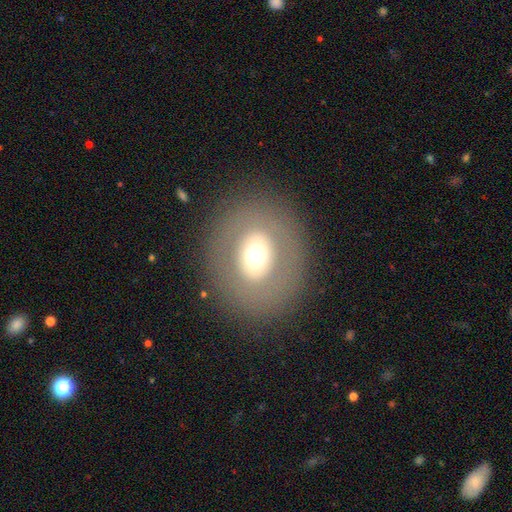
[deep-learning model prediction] Overall: smooth (57%; featured or disk 31%). How rounded: round (67%; in between 32%). Merging: none (85%).